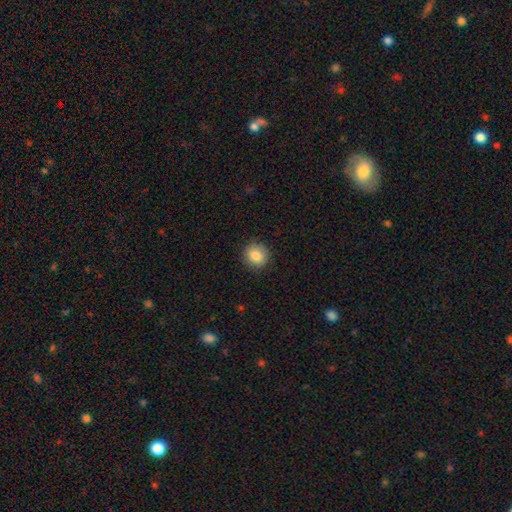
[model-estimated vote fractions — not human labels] Overall: smooth (85%). How rounded: round (83%). Merging: none (88%).